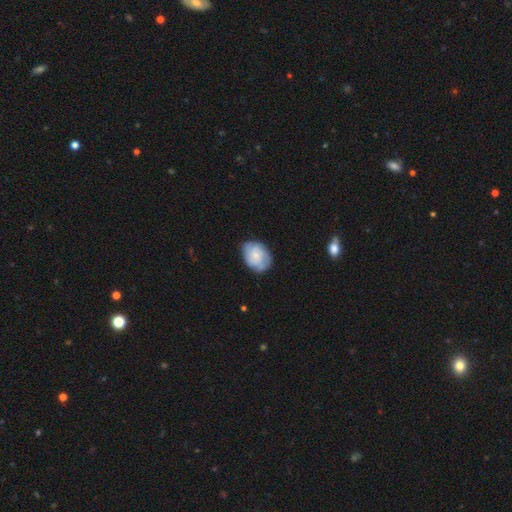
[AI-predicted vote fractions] Q: Smooth or featured?
A: featured or disk (54%); runner-up: smooth (39%)
Q: Edge-on disk?
A: no (97%); runner-up: yes (3%)
Q: Bar?
A: no (80%); runner-up: weak (18%)
Q: Spiral arms?
A: yes (82%); runner-up: no (18%)
Q: Bulge size?
A: small (66%); runner-up: moderate (28%)
Q: Merging?
A: none (69%); runner-up: minor disturbance (24%)